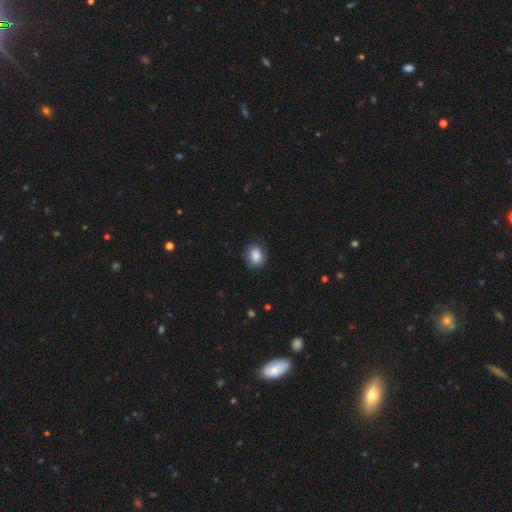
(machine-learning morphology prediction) This appears to be a smooth galaxy with no disk features (87%) that is in between round and cigar-shaped (55%). Merging: none (83%).